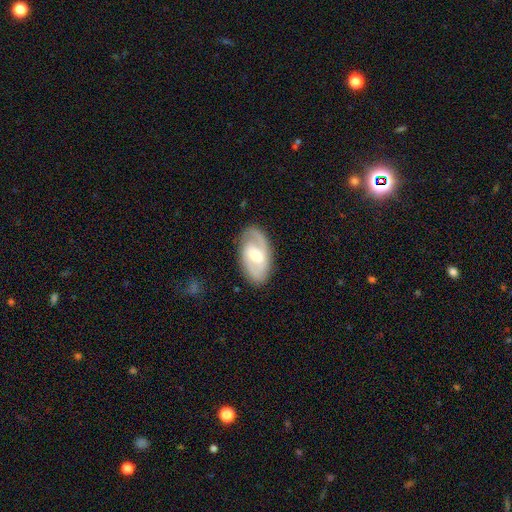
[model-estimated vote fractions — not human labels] featured or disk 73%, smooth 21%, star or artifact 5%. Down the decision tree: edge-on disk — no (94%); bar — weak (52%); spiral arms — yes (81%); spiral arm count — 2 (79%); spiral winding — medium (44%); bulge size — moderate (61%); merging — none (83%).